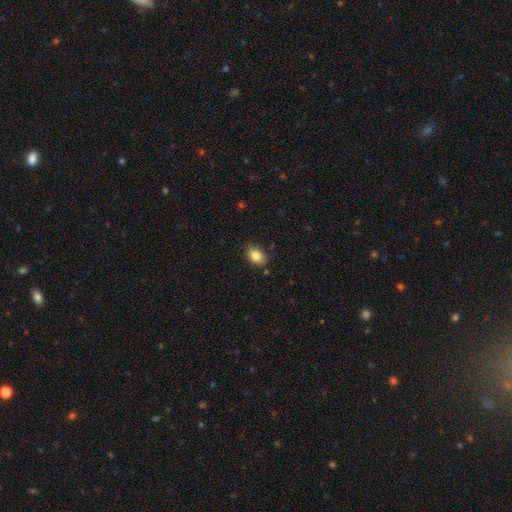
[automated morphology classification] type=smooth (85%); roundness=in between (80%); merging=none (80%).